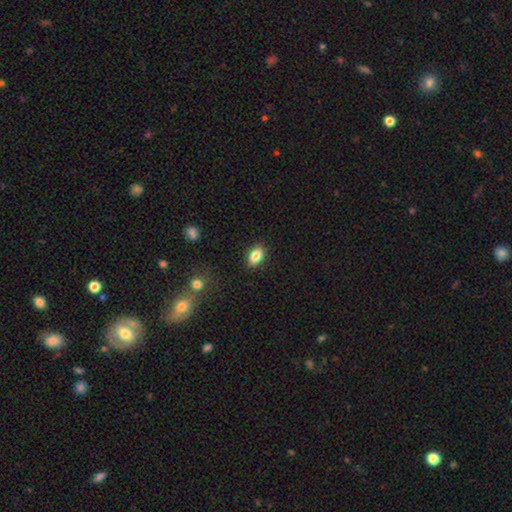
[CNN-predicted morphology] smooth_or_featured: smooth (p=0.84) [alt: star or artifact p=0.08]
how_rounded: in between (p=0.89) [alt: round p=0.08]
merging: none (p=0.88) [alt: minor disturbance p=0.09]